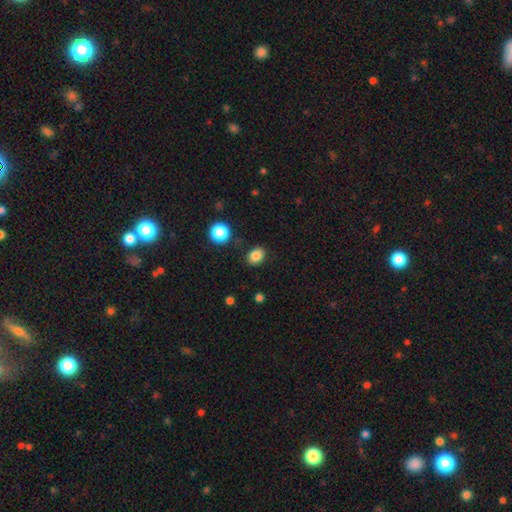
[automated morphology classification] Smooth or featured: smooth — 84% (star or artifact — 11%)
How rounded: in between — 56% (round — 43%)
Merging: none — 84% (minor disturbance — 11%)